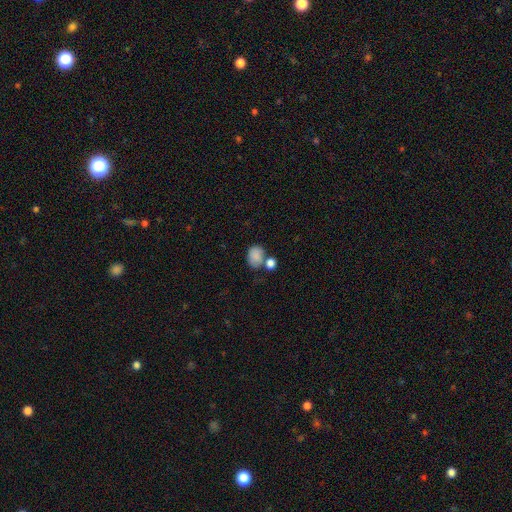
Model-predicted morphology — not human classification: Q: Smooth or featured?
A: smooth (84%); runner-up: star or artifact (9%)
Q: How rounded?
A: in between (58%); runner-up: round (41%)
Q: Merging?
A: none (47%); runner-up: merger (31%)